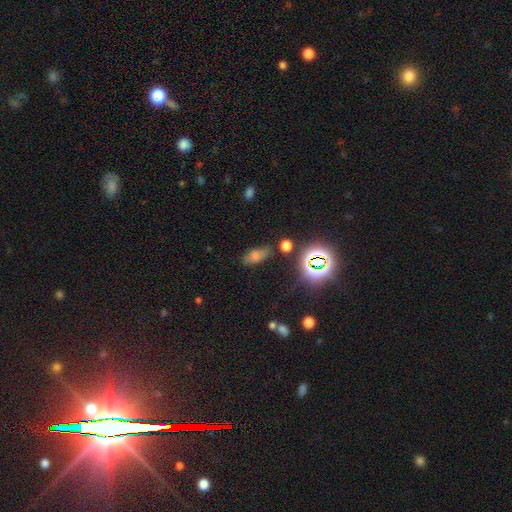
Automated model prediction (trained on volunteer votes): Overall: smooth (46%; star or artifact 39%). Merging: none (76%).